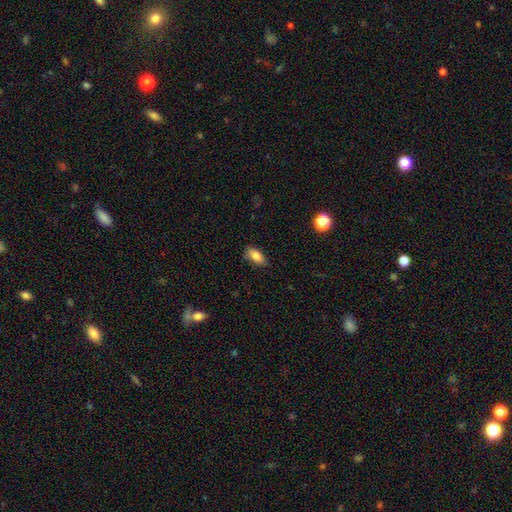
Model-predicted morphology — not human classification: Smooth or featured: smooth — 84% (star or artifact — 8%)
How rounded: in between — 88% (cigar-shaped — 8%)
Merging: none — 75% (minor disturbance — 20%)